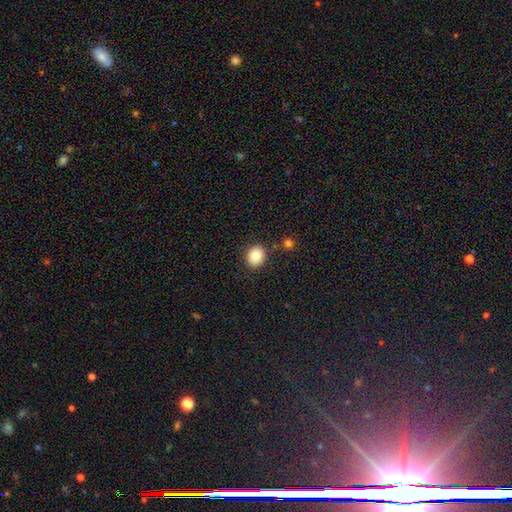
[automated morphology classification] Smooth or featured?
  - smooth: 81% *
  - star or artifact: 10%
  - featured or disk: 9%
How rounded?
  - round: 69% *
  - in between: 30%
  - cigar-shaped: 1%
Merging?
  - none: 88% *
  - minor disturbance: 7%
  - merger: 3%
  - major disturbance: 2%